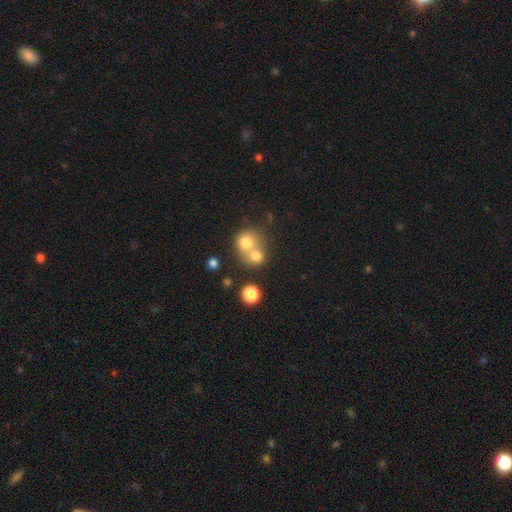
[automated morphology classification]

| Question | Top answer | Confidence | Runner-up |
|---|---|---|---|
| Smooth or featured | smooth | 74% | featured or disk (14%) |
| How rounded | round | 81% | in between (18%) |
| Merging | merger | 59% | none (33%) |